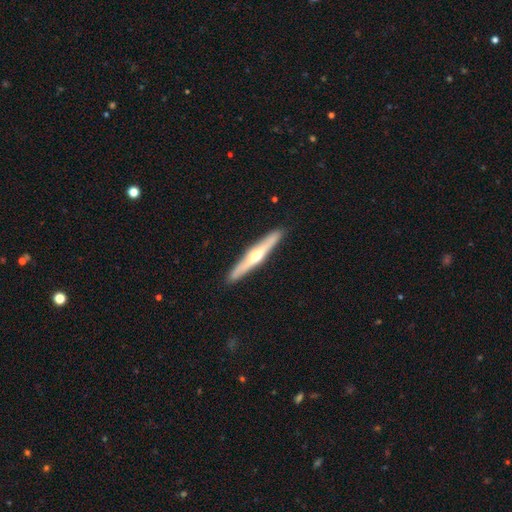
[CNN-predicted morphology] Smooth or featured? Predicted: featured or disk (p=0.65). Edge-on disk? Predicted: yes (p=0.95). Edge-on bulge? Predicted: rounded (p=0.88). Merging? Predicted: none (p=0.91).